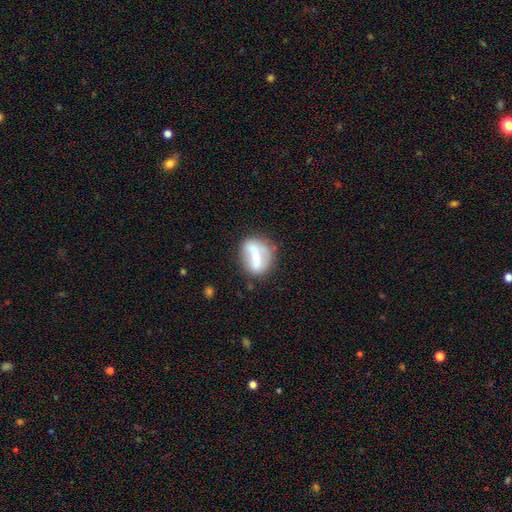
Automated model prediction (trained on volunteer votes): This is possibly a smooth galaxy (48%). Merging: possibly none (59%).